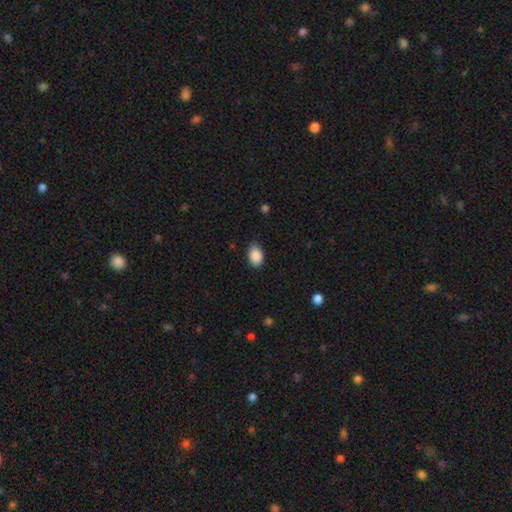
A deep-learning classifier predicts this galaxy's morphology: A smooth galaxy with no disk features (89%) that is in between round and cigar-shaped (84%).

Vote fractions:
- Smooth or featured? smooth: 89% / star or artifact: 7% / featured or disk: 4%
- How rounded? in between: 84% / round: 15% / cigar-shaped: 1%
- Merging? none: 78% / minor disturbance: 18% / major disturbance: 3% / merger: 1%